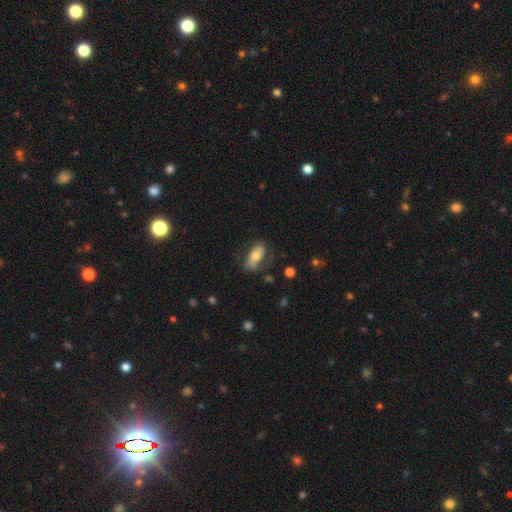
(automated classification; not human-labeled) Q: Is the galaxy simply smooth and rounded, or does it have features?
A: smooth — 52%.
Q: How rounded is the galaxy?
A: in between — 84%.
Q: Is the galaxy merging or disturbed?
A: none — 58%.